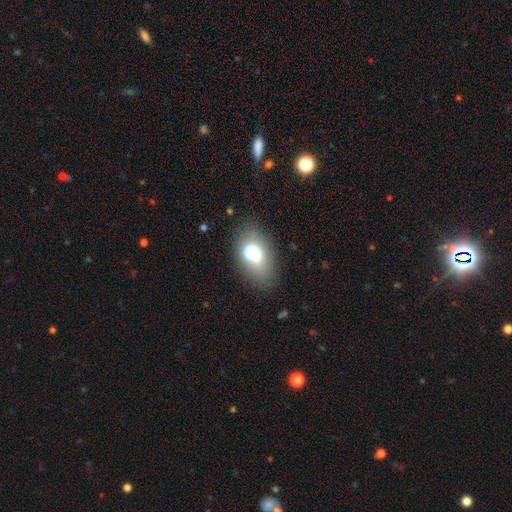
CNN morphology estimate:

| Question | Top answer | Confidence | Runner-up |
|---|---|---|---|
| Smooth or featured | smooth | 61% | featured or disk (22%) |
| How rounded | in between | 77% | round (20%) |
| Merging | none | 67% | minor disturbance (15%) |